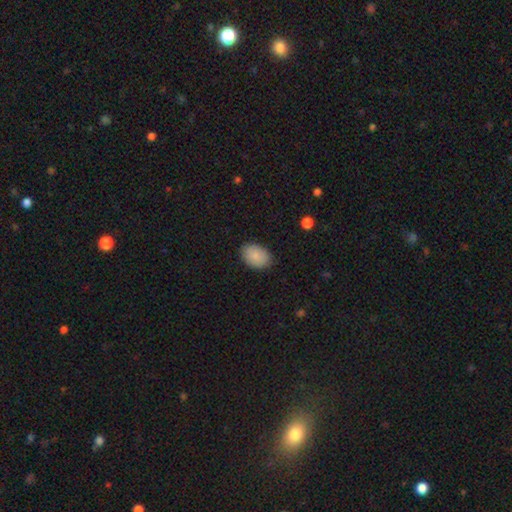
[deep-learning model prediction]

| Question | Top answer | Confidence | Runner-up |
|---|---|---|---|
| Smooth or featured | smooth | 87% | star or artifact (7%) |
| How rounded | in between | 82% | round (17%) |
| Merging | none | 84% | minor disturbance (12%) |